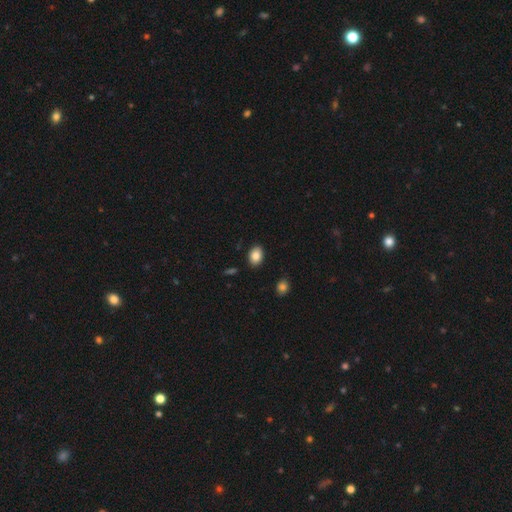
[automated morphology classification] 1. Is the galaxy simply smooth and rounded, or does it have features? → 86% smooth, 8% star or artifact, 6% featured or disk.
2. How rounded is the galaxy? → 79% in between, 20% round, 1% cigar-shaped.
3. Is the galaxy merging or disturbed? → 88% none, 8% minor disturbance, 2% major disturbance, 2% merger.